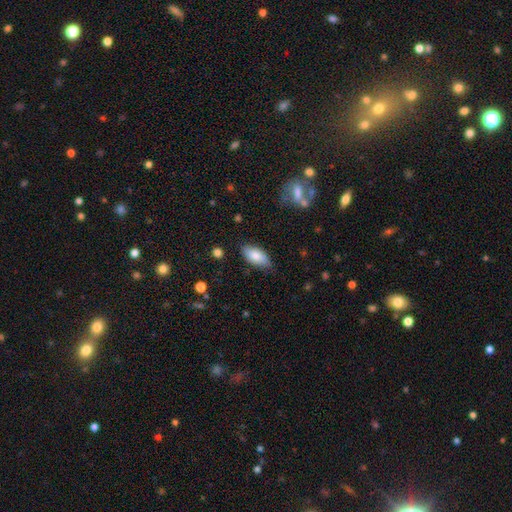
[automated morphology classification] Overall: smooth (81%). How rounded: in between (90%). Merging: none (79%).